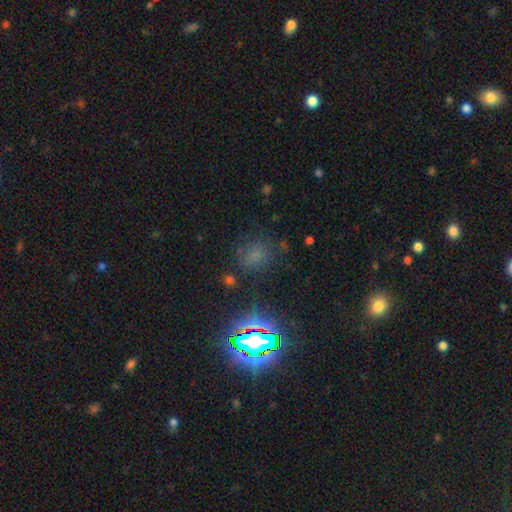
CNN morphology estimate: smooth 50%, star or artifact 41%, featured or disk 9%. Down the decision tree: merging — none (75%).